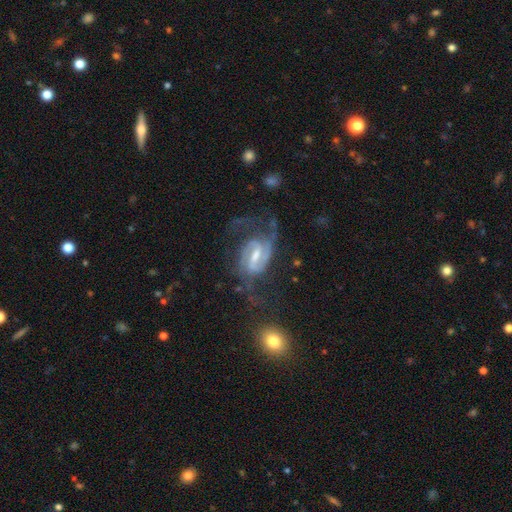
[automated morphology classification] This is clearly a featured or disk galaxy (88%). It is clearly not viewed edge-on (97%). Bar: possibly weak (47%). Spiral arm pattern: clearly yes (97%). Spiral arm count: clearly 2 (81%). Spiral winding: possibly medium (51%). Central bulge: possibly moderate (49%). Merging: possibly none (54%).